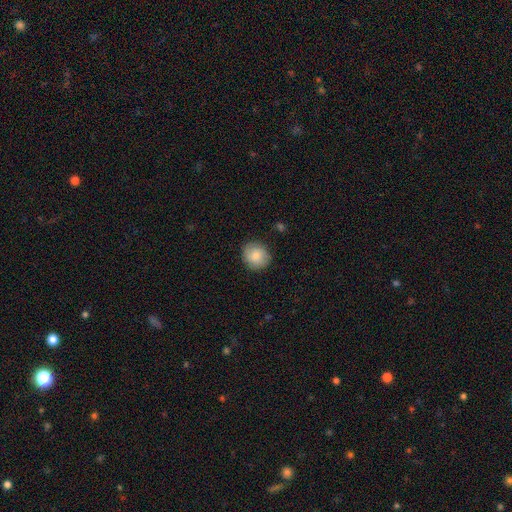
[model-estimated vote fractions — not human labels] smooth-or-featured: smooth: 84% | featured or disk: 9% | star or artifact: 7%
  how-rounded: round: 85% | in between: 14% | cigar-shaped: 1%
  merging: none: 87% | minor disturbance: 9% | major disturbance: 2% | merger: 1%